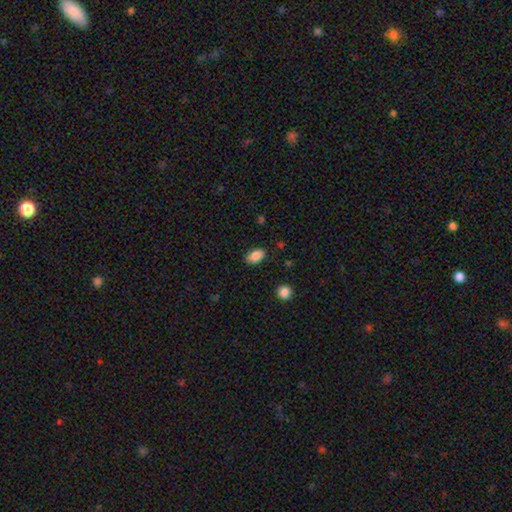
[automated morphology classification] Smooth or featured: smooth — 85% (star or artifact — 8%)
How rounded: in between — 91% (round — 7%)
Merging: none — 85% (minor disturbance — 11%)